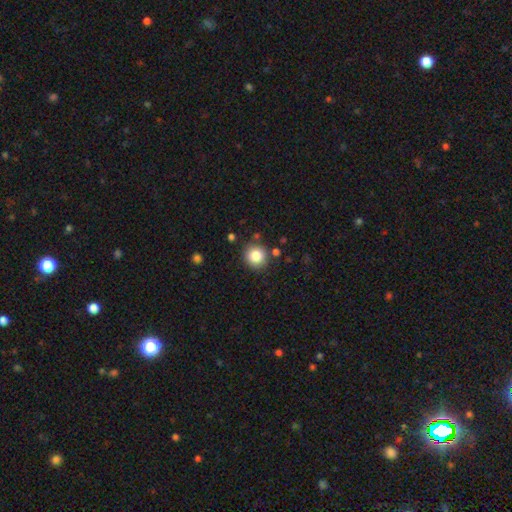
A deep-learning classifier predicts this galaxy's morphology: This appears to be a smooth galaxy with no disk features (84%) that is round (92%). Merging: none (85%).